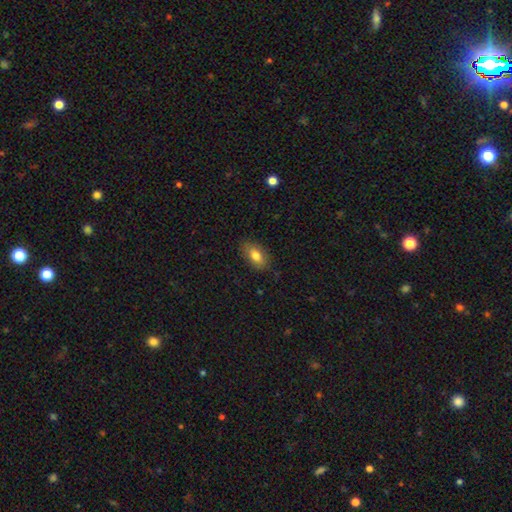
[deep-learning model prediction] Smooth or featured? Predicted: smooth (p=0.79). How rounded? Predicted: in between (p=0.89). Merging? Predicted: none (p=0.83).